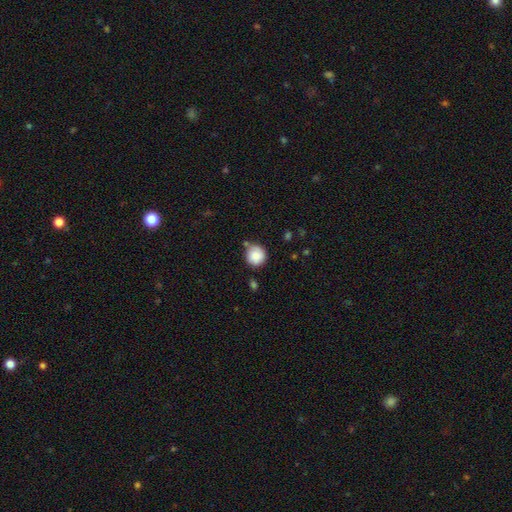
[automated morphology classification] The model was most divided on "merging": none: 68%, minor disturbance: 19%, merger: 9%, major disturbance: 4%. More confident: how rounded — round (92%); smooth or featured — smooth (85%).